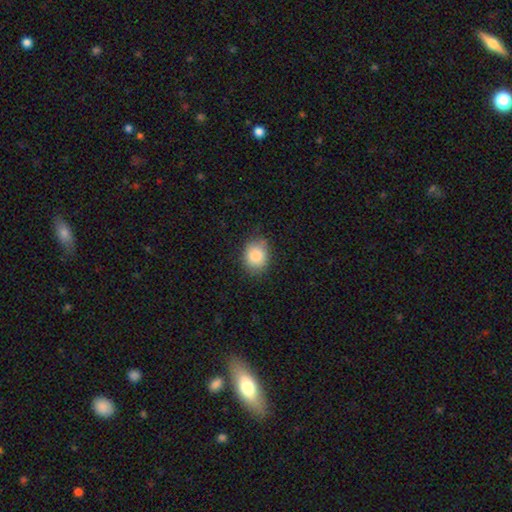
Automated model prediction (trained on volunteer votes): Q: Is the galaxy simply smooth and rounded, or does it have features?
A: smooth — 87%.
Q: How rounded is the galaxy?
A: round — 53%.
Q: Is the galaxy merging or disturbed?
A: none — 76%.